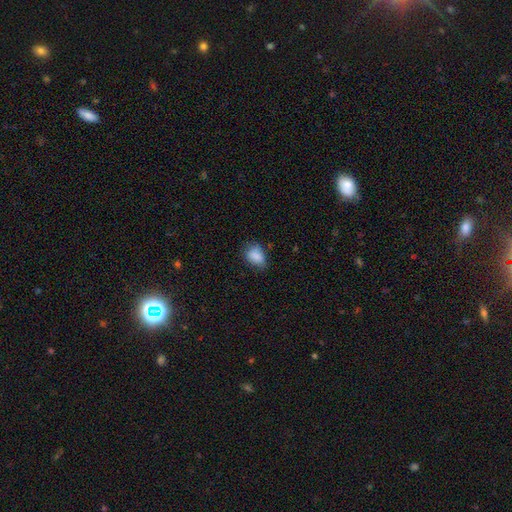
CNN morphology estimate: Smooth or featured?
  - smooth: 85% *
  - star or artifact: 8%
  - featured or disk: 7%
How rounded?
  - in between: 76% *
  - round: 22%
  - cigar-shaped: 1%
Merging?
  - none: 57% *
  - minor disturbance: 32%
  - major disturbance: 9%
  - merger: 2%